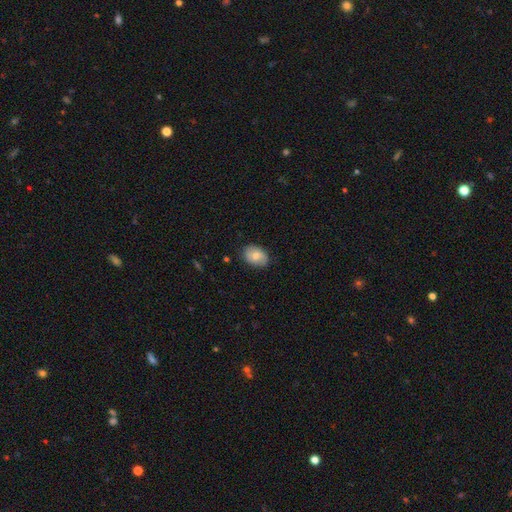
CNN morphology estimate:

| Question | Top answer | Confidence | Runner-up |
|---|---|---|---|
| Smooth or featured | smooth | 74% | featured or disk (19%) |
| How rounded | in between | 79% | round (20%) |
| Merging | none | 82% | minor disturbance (14%) |